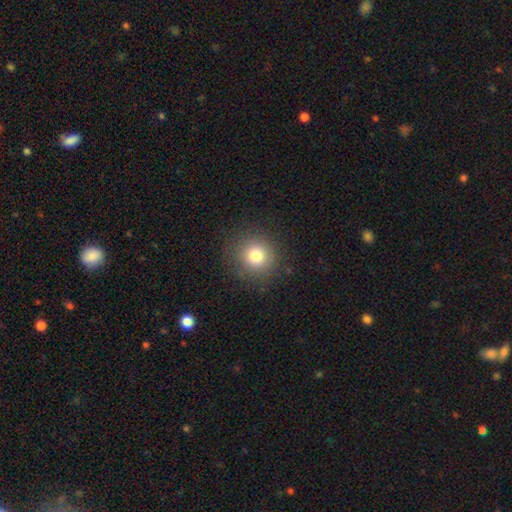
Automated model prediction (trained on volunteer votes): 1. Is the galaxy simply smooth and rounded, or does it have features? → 79% smooth, 13% star or artifact, 8% featured or disk.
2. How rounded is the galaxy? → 93% round, 6% in between, 1% cigar-shaped.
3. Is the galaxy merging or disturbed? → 88% none, 8% minor disturbance, 4% major disturbance, 1% merger.